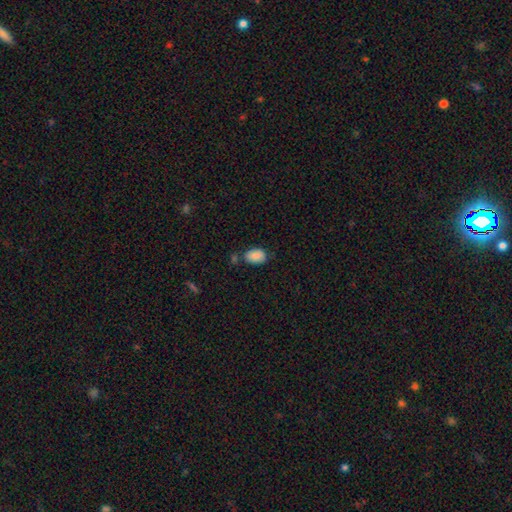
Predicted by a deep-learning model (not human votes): Smooth or featured?
  - smooth: 87% *
  - star or artifact: 7%
  - featured or disk: 5%
How rounded?
  - in between: 87% *
  - round: 11%
  - cigar-shaped: 1%
Merging?
  - none: 66% *
  - minor disturbance: 19%
  - merger: 10%
  - major disturbance: 4%